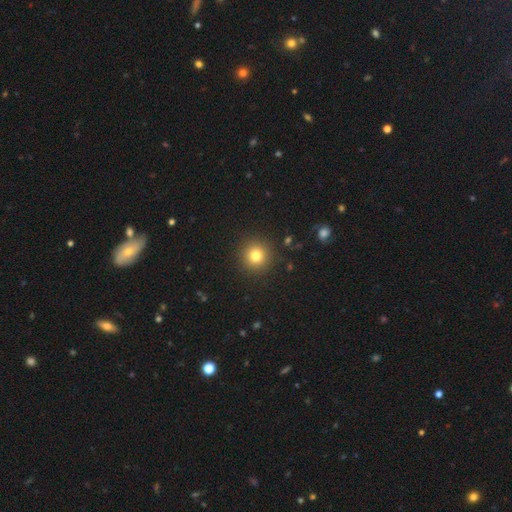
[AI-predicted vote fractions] smooth 80%, star or artifact 13%, featured or disk 8%. Down the decision tree: how rounded — round (95%); merging — none (92%).